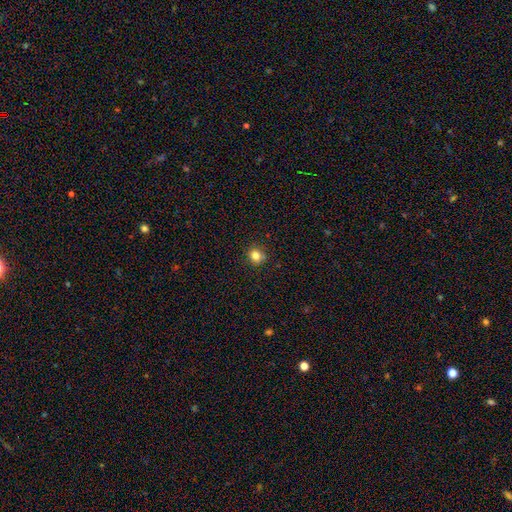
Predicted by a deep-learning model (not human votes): This is clearly a smooth galaxy (83%). How rounded: clearly round (83%). Merging: clearly none (89%).